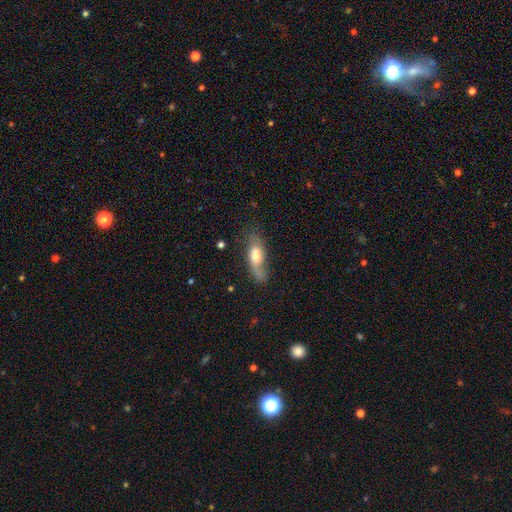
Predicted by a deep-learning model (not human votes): Smooth or featured: smooth — 54% (featured or disk — 39%)
How rounded: in between — 66% (cigar-shaped — 30%)
Merging: none — 53% (minor disturbance — 27%)